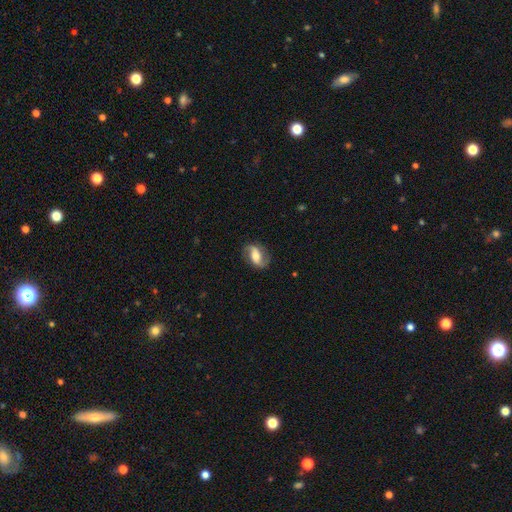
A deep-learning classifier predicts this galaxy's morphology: smooth_or_featured: featured or disk (p=0.72) [alt: smooth p=0.21]
disk_edge_on: no (p=0.96) [alt: yes p=0.04]
bar: weak (p=0.37) [alt: strong p=0.32]
has_spiral_arms: yes (p=0.91) [alt: no p=0.09]
spiral_winding: loose (p=0.43) [alt: medium p=0.39]
spiral_arm_count: 2 (p=0.89) [alt: can't tell p=0.04]
bulge_size: moderate (p=0.58) [alt: small p=0.20]
merging: none (p=0.79) [alt: minor disturbance p=0.14]